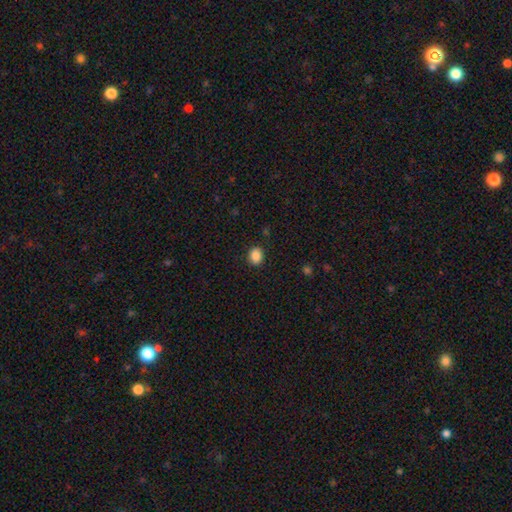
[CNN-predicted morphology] Q: Smooth or featured?
A: smooth (88%); runner-up: star or artifact (9%)
Q: How rounded?
A: round (53%); runner-up: in between (47%)
Q: Merging?
A: none (88%); runner-up: minor disturbance (8%)